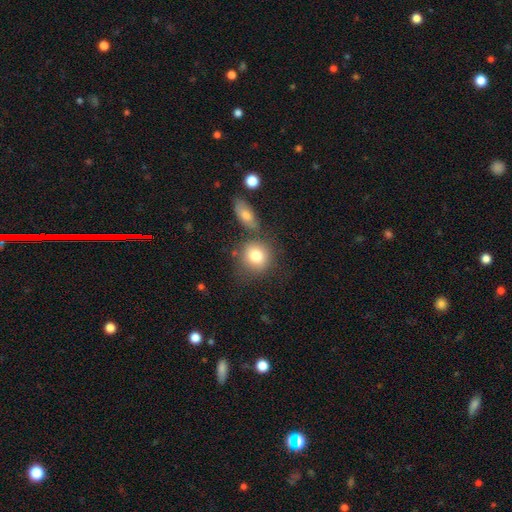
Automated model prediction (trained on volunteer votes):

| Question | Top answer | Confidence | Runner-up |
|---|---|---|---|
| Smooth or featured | smooth | 79% | featured or disk (12%) |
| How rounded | round | 83% | in between (16%) |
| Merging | none | 64% | merger (17%) |